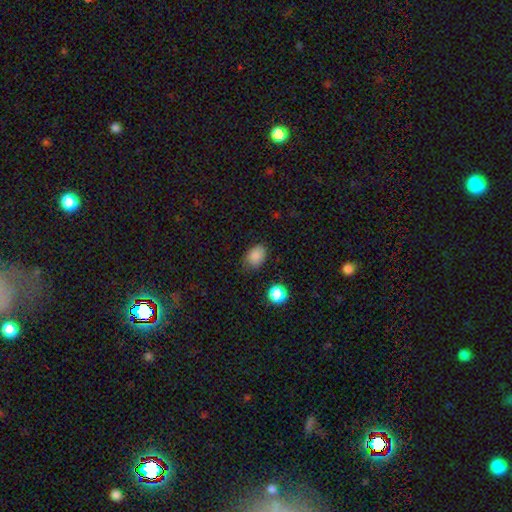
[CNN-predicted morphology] This is clearly a smooth galaxy (84%). How rounded: likely in between (73%). Merging: likely none (72%).